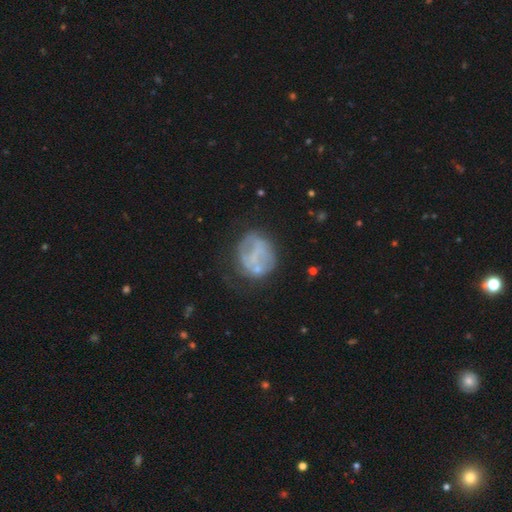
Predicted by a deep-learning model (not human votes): Smooth or featured? featured or disk (52%)
Edge-on disk? no (97%)
Bar? no (61%)
Spiral arms? no (72%)
Bulge size? none (63%)
Merging? none (50%)